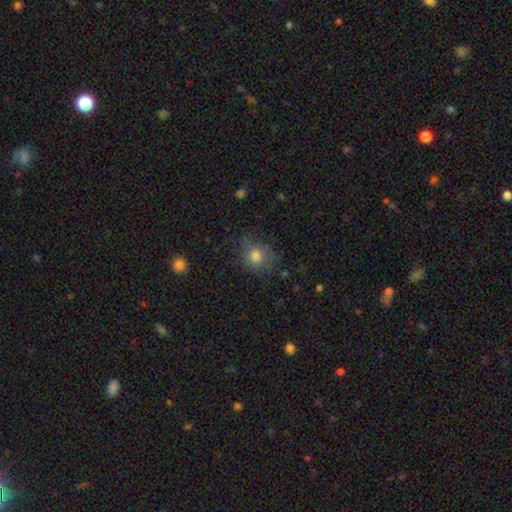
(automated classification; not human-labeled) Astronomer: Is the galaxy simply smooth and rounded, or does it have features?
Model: smooth — 76%.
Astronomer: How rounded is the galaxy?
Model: round — 75%.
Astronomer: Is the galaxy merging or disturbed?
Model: none — 70%.